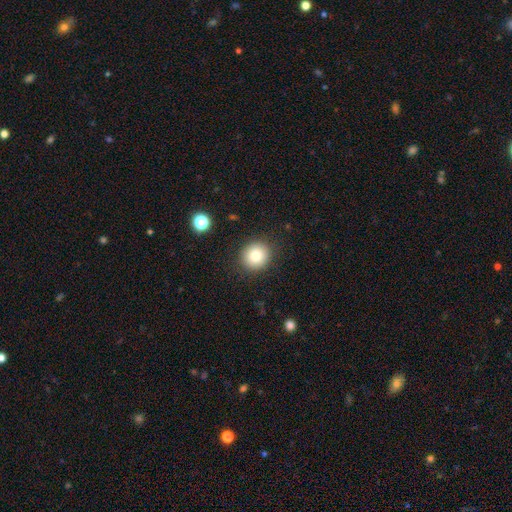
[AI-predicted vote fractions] This is clearly a smooth galaxy (82%). How rounded: clearly round (88%). Merging: clearly none (90%).